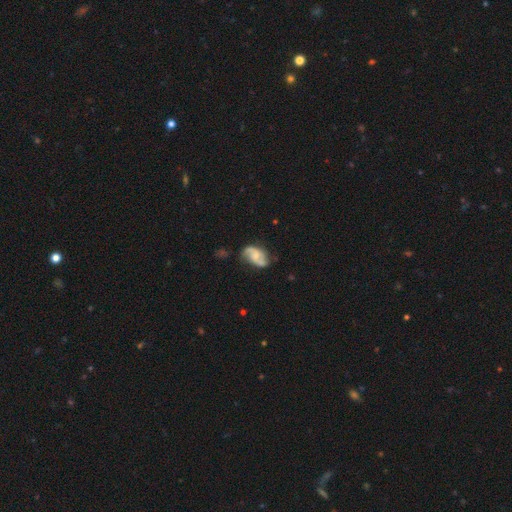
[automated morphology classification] This is likely a featured or disk galaxy (76%). It is clearly not viewed edge-on (97%). Bar: possibly no (54%). Spiral arm pattern: clearly yes (93%). Spiral arm count: clearly 2 (88%). Spiral winding: marginally loose (43%). Central bulge: possibly small (48%). Merging: likely none (63%).